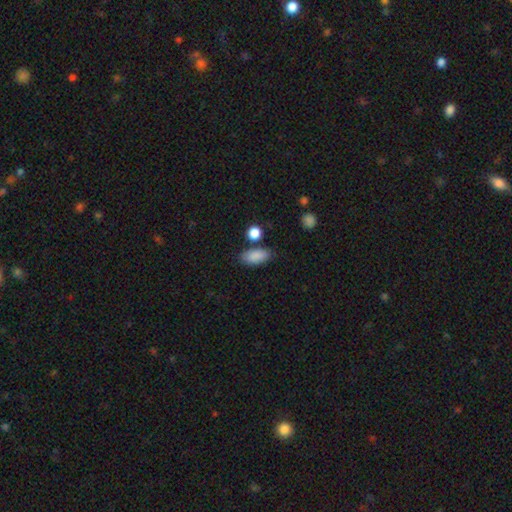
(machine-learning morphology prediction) A smooth galaxy with no disk features (88%) that is in between round and cigar-shaped (88%). Merging: none (75%).